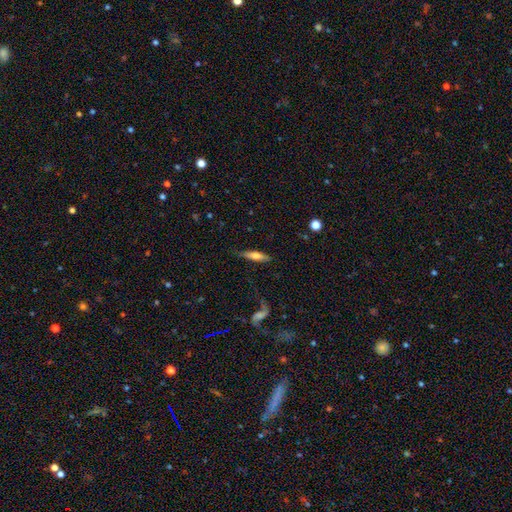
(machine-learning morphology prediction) This is possibly a smooth galaxy (55%). How rounded: likely cigar-shaped (70%). Merging: likely none (73%).